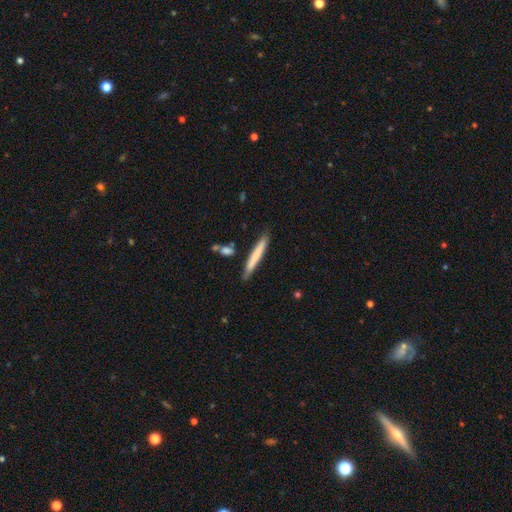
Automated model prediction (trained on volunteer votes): smooth 69%, featured or disk 25%, star or artifact 6%. Down the decision tree: how rounded — cigar-shaped (96%); merging — none (83%).